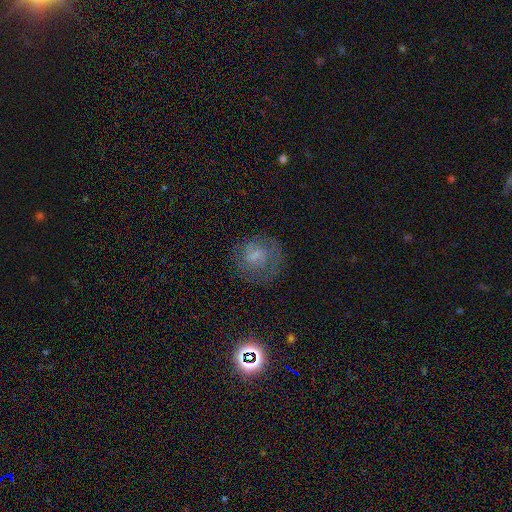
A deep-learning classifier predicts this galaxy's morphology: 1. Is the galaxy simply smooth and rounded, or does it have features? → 45% featured or disk, 39% smooth, 16% star or artifact.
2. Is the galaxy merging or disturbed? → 67% none, 18% minor disturbance, 14% major disturbance, 2% merger.